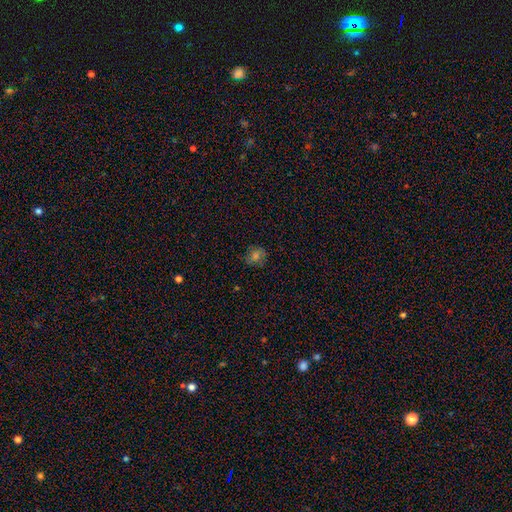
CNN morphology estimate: Smooth or featured? smooth (57%)
How rounded? round (79%)
Merging? none (81%)